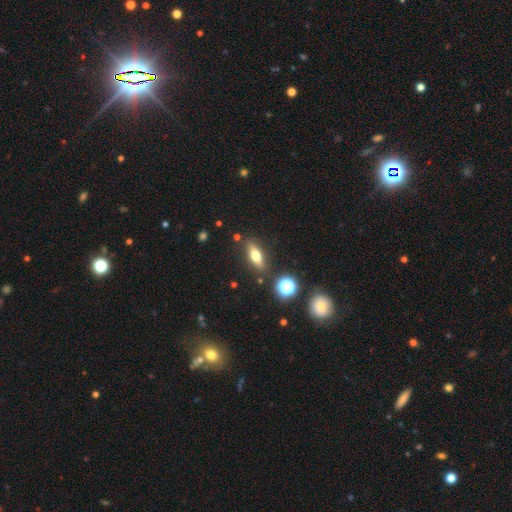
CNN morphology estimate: smooth 53%, featured or disk 37%, star or artifact 11%. Down the decision tree: how rounded — in between (49%); merging — none (84%).